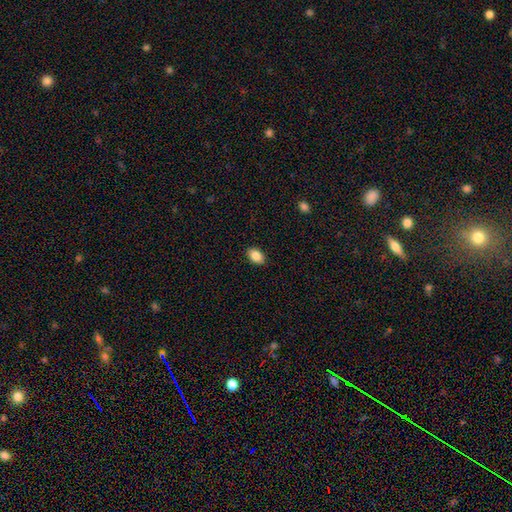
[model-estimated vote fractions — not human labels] This appears to be a smooth galaxy with no disk features (87%) that is in between round and cigar-shaped (85%). Merging: none (90%).